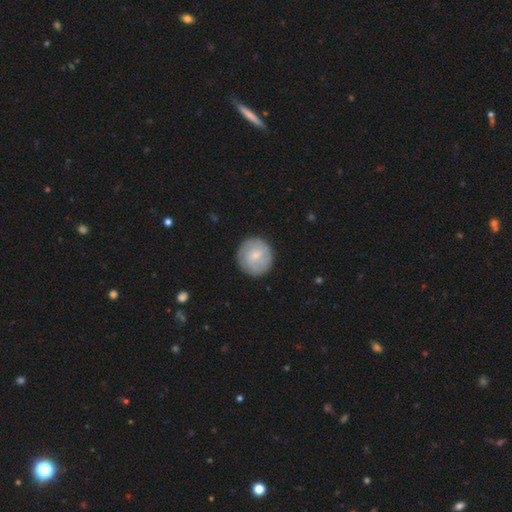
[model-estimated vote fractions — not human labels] smooth 57%, featured or disk 37%, star or artifact 6%. Down the decision tree: how rounded — round (92%); merging — none (84%).